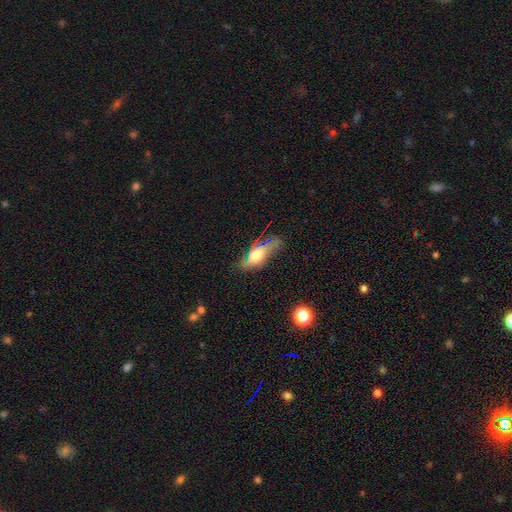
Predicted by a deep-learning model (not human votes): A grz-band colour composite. It shows a featured or disk galaxy (46%). Merging: none (58%).